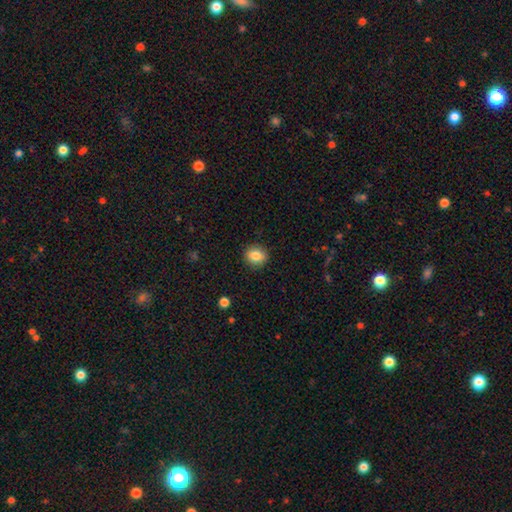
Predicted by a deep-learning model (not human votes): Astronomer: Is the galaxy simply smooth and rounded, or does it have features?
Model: smooth — 84%.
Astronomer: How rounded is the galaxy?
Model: round — 77%.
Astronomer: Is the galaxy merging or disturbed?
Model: none — 90%.